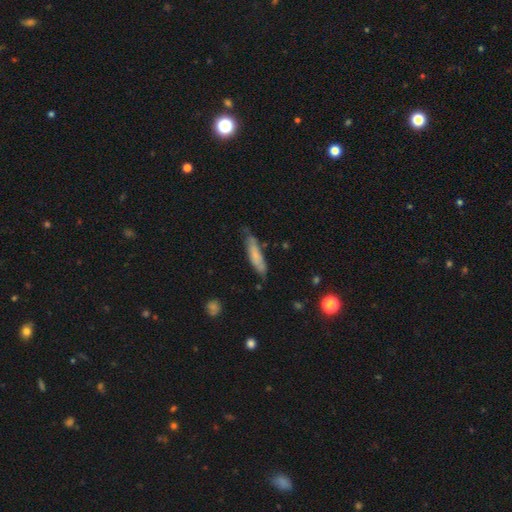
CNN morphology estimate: Smooth or featured? smooth (68%)
How rounded? cigar-shaped (79%)
Merging? none (64%)